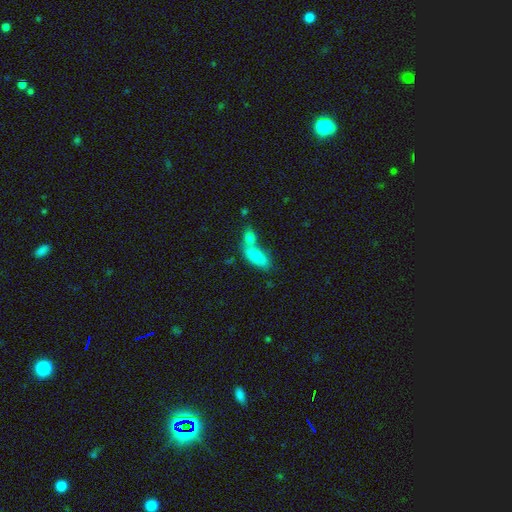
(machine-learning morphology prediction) smooth-or-featured: smooth: 83% | featured or disk: 10% | star or artifact: 7%
  how-rounded: in between: 82% | cigar-shaped: 15% | round: 3%
  merging: merger: 48% | none: 36% | minor disturbance: 11% | major disturbance: 5%